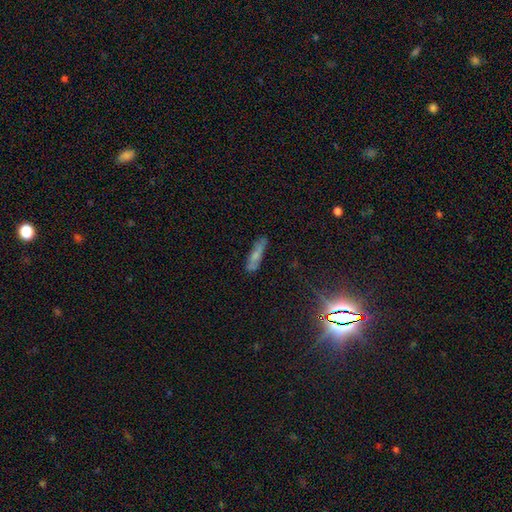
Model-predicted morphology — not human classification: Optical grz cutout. It shows a smooth galaxy with no disk features (60%) that is cigar-shaped (77%). Merging: none (72%).